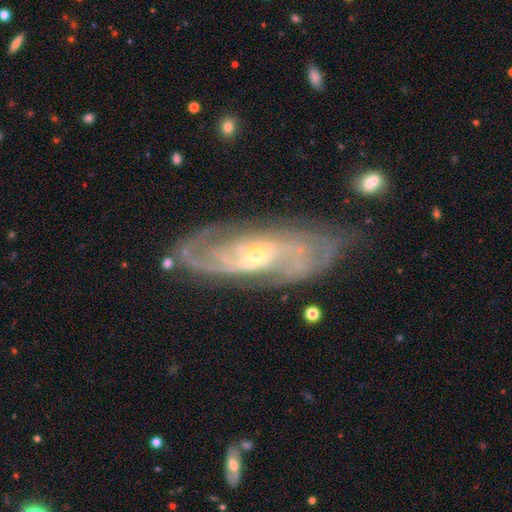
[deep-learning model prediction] This appears to be a featured or disk galaxy (89%) with no bar (59%), 2 (36%) tight (62%) spiral arms (97%) and a small central bulge (70%). Merging: none (76%).